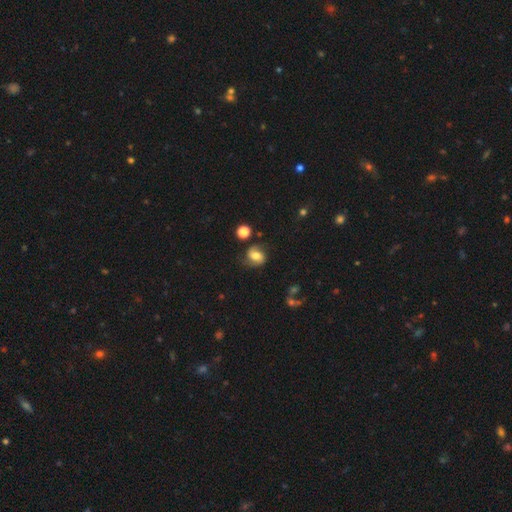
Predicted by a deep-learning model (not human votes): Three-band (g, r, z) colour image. It shows a featured or disk galaxy (49%). Merging: none (71%).